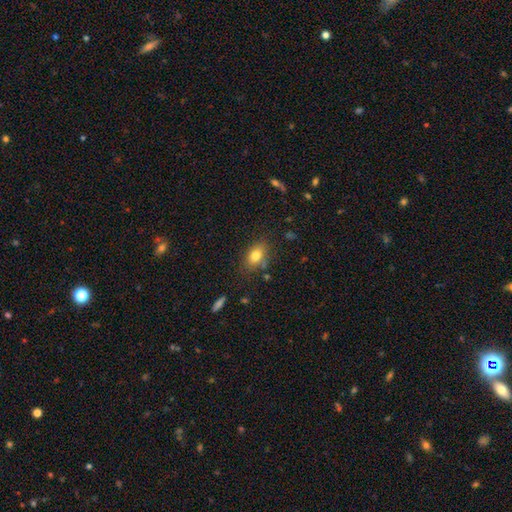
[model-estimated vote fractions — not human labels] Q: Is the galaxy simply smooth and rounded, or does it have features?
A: smooth — 79%.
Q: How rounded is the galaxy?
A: in between — 79%.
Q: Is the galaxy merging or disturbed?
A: none — 76%.